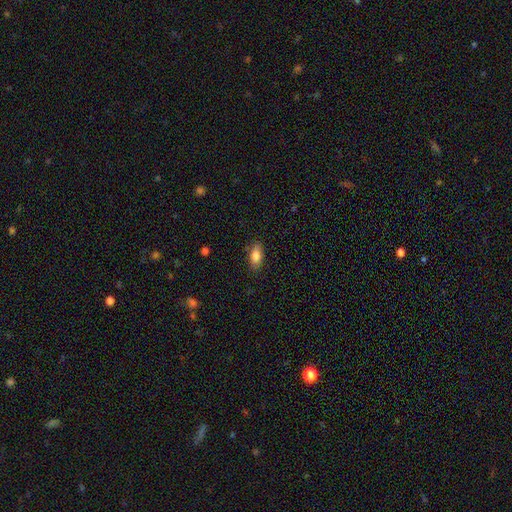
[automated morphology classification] smooth 84%, featured or disk 9%, star or artifact 8%. Down the decision tree: how rounded — in between (88%); merging — none (84%).